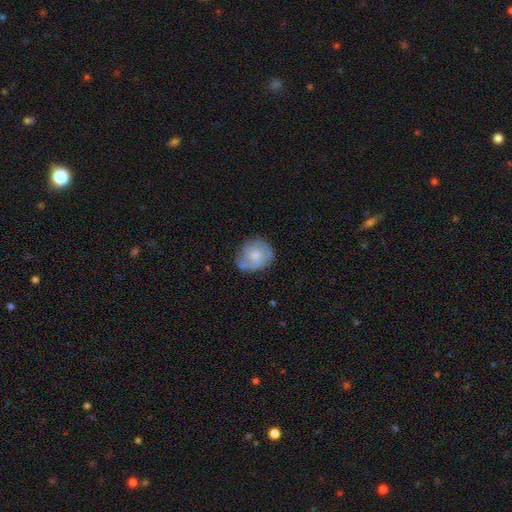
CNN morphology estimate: A featured or disk galaxy (49%). Merging: none (60%).